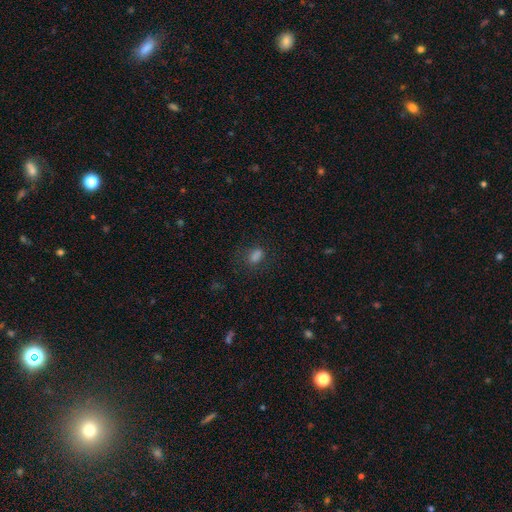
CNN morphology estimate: Smooth or featured? Predicted: smooth (p=0.71). How rounded? Predicted: in between (p=0.71). Merging? Predicted: none (p=0.65).